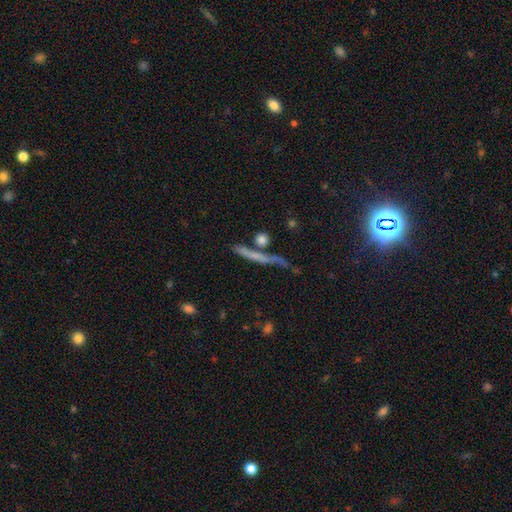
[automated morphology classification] Smooth or featured?
  - featured or disk: 44% *
  - smooth: 42%
  - star or artifact: 14%
Merging?
  - none: 67% *
  - minor disturbance: 14%
  - merger: 12%
  - major disturbance: 7%